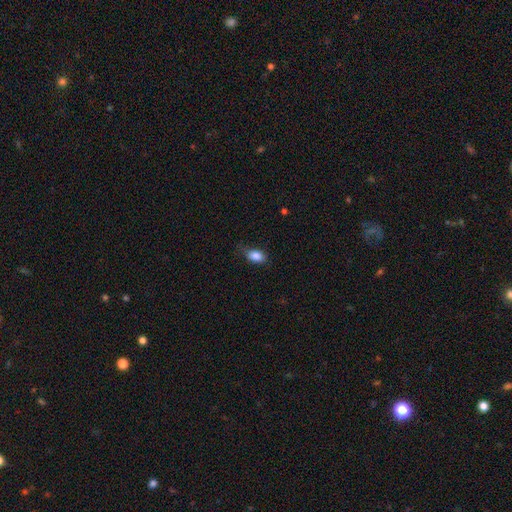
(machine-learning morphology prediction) Smooth or featured? Predicted: smooth (p=0.84). How rounded? Predicted: in between (p=0.87). Merging? Predicted: none (p=0.69).